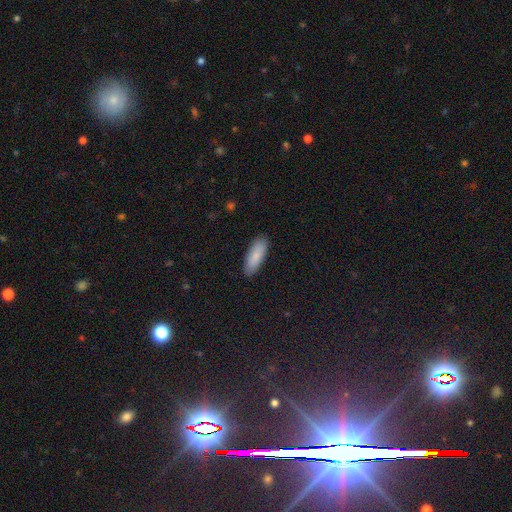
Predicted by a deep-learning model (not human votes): This appears to be a smooth galaxy with no disk features (87%) that is in between round and cigar-shaped (65%). Merging: none (89%).